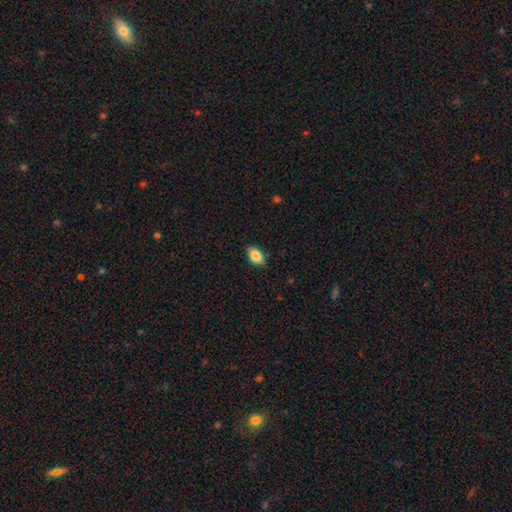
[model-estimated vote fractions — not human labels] Overall: smooth (86%). How rounded: in between (89%). Merging: none (89%).